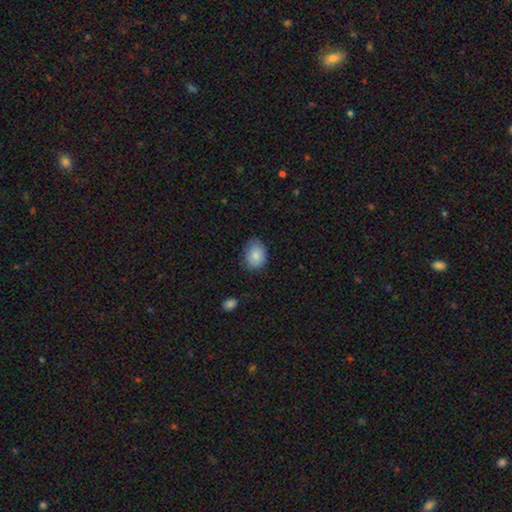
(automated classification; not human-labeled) Smooth or featured?
  - smooth: 84% *
  - featured or disk: 8%
  - star or artifact: 7%
How rounded?
  - in between: 61% *
  - round: 38%
  - cigar-shaped: 1%
Merging?
  - none: 74% *
  - minor disturbance: 21%
  - major disturbance: 4%
  - merger: 1%